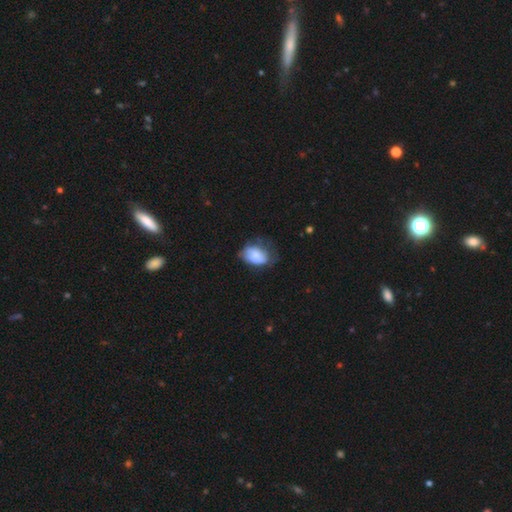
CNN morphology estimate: This is likely a smooth galaxy (75%). How rounded: clearly in between (82%). Merging: marginally none (39%).